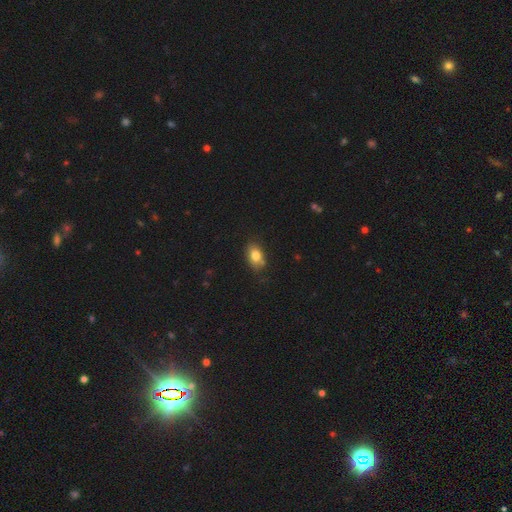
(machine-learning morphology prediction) This is clearly a smooth galaxy (81%). How rounded: likely in between (79%). Merging: likely none (72%).